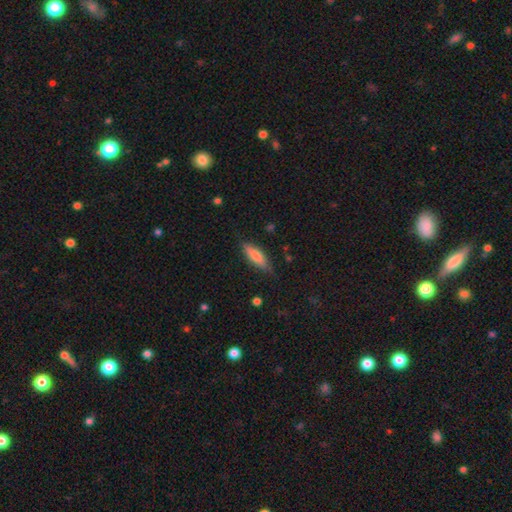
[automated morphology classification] smooth-or-featured: smooth: 74% | featured or disk: 20% | star or artifact: 6%
  how-rounded: in between: 51% | cigar-shaped: 47% | round: 2%
  merging: none: 79% | minor disturbance: 16% | major disturbance: 3% | merger: 1%